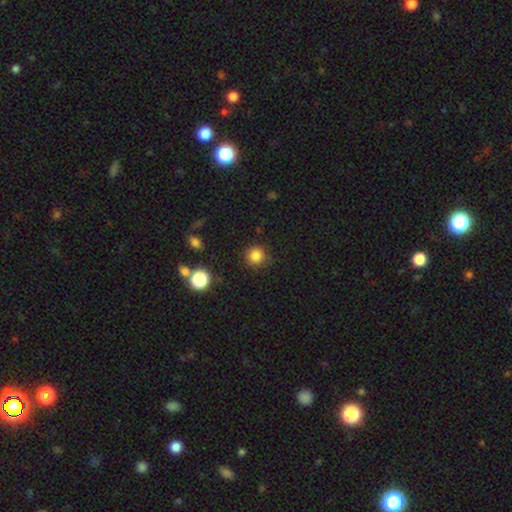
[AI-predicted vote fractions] A smooth galaxy with no disk features (83%) that is round (94%). Merging: none (87%).